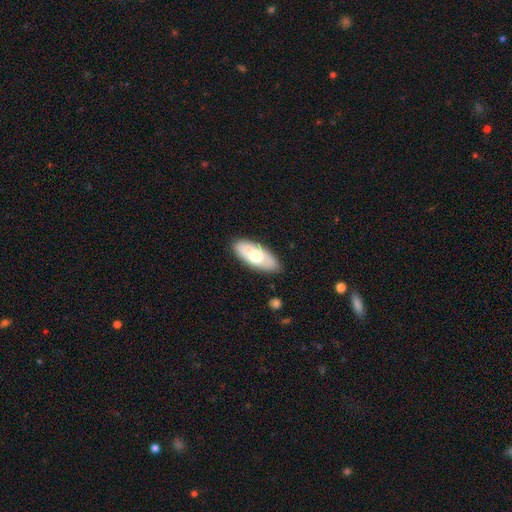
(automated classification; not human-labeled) A smooth galaxy with no disk features (55%) that is in between round and cigar-shaped (86%). Merging: none (83%).